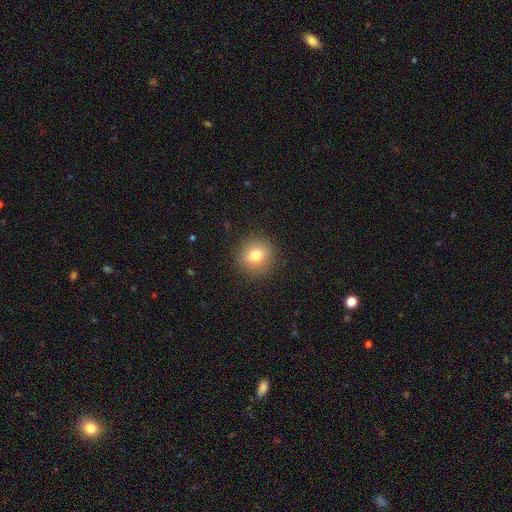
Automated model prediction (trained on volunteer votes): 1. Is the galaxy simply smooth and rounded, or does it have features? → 79% smooth, 11% star or artifact, 10% featured or disk.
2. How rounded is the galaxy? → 90% round, 9% in between, 1% cigar-shaped.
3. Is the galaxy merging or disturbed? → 89% none, 7% minor disturbance, 3% major disturbance, 1% merger.